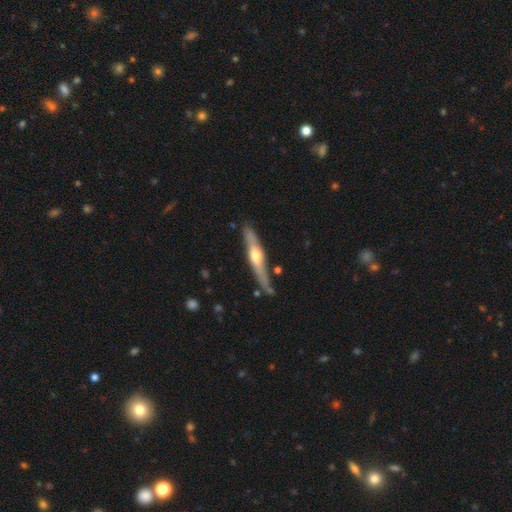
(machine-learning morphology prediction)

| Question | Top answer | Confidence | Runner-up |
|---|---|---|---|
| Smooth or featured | featured or disk | 63% | smooth (32%) |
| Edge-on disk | yes | 93% | no (7%) |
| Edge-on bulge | rounded | 89% | none (7%) |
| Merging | none | 79% | minor disturbance (14%) |